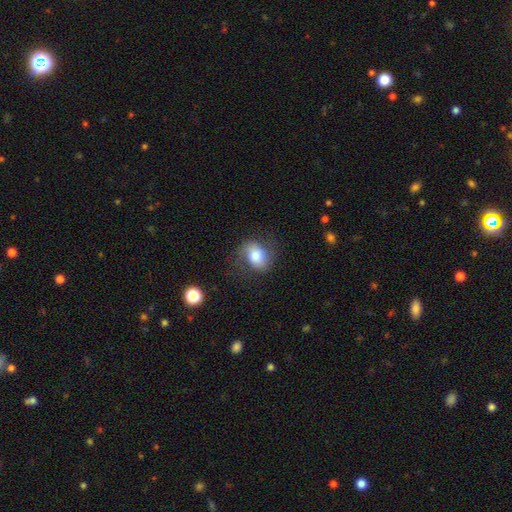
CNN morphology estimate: type=smooth (73%); roundness=in between (65%); merging=none (66%).